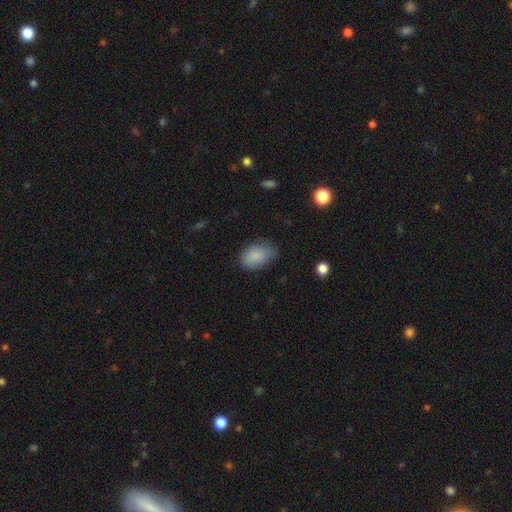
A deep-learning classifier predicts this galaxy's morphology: The model was most divided on "merging": none: 70%, minor disturbance: 23%, major disturbance: 6%, merger: 1%. More confident: how rounded — in between (86%); smooth or featured — smooth (85%).